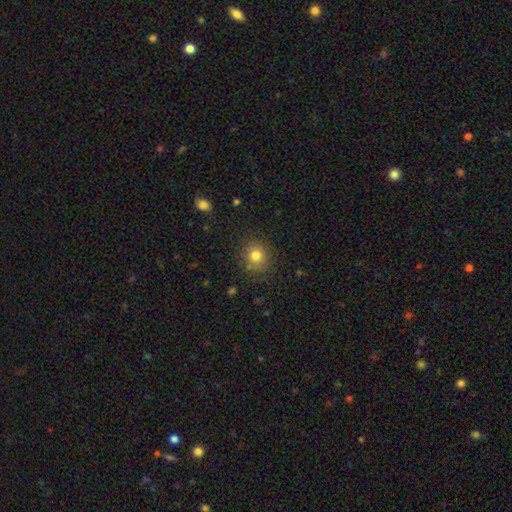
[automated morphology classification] smooth-or-featured: smooth: 80% | star or artifact: 13% | featured or disk: 8%
  how-rounded: round: 80% | in between: 19% | cigar-shaped: 1%
  merging: none: 84% | minor disturbance: 11% | major disturbance: 4% | merger: 1%